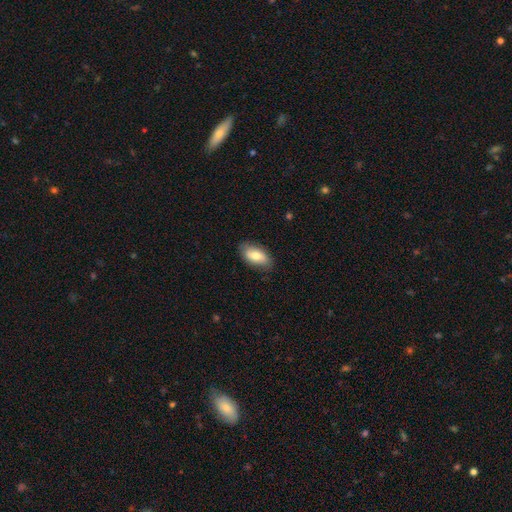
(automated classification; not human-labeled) A smooth galaxy with no disk features (74%) that is in between round and cigar-shaped (91%). Merging: none (82%).